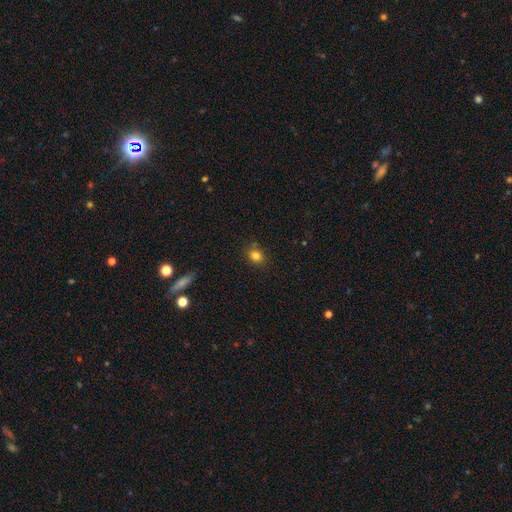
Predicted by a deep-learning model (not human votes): Smooth or featured? smooth (81%)
How rounded? round (52%)
Merging? none (81%)